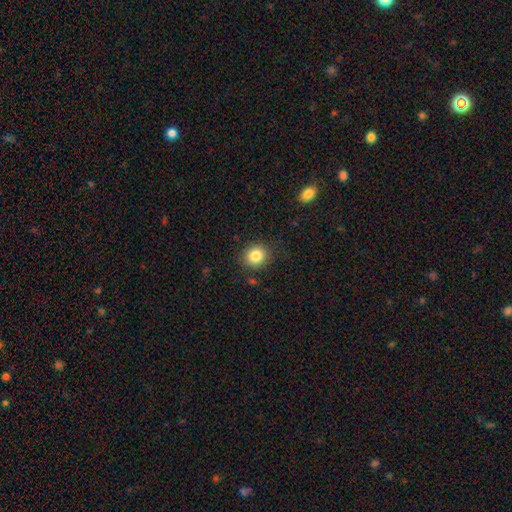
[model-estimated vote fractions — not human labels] This appears to be a smooth galaxy with no disk features (83%) that is round (84%). Merging: none (86%).